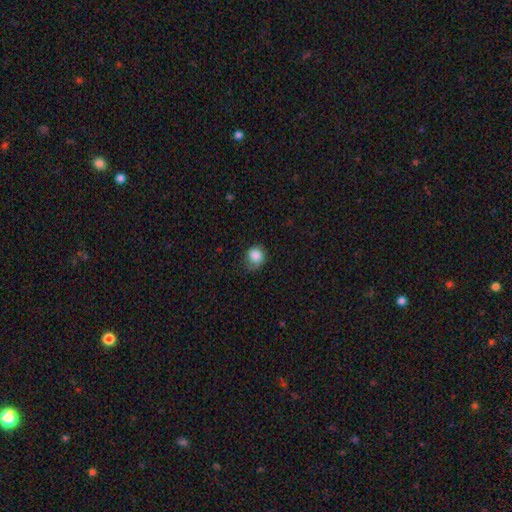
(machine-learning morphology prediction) A smooth galaxy with no disk features (83%) that is round (74%). Merging: none (60%).